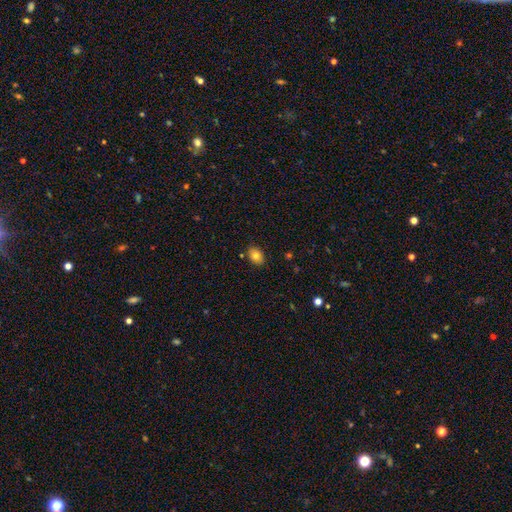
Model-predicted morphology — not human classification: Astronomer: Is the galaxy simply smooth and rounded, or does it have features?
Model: smooth — 82%.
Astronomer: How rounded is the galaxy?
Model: in between — 74%.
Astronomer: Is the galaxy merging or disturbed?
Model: none — 86%.